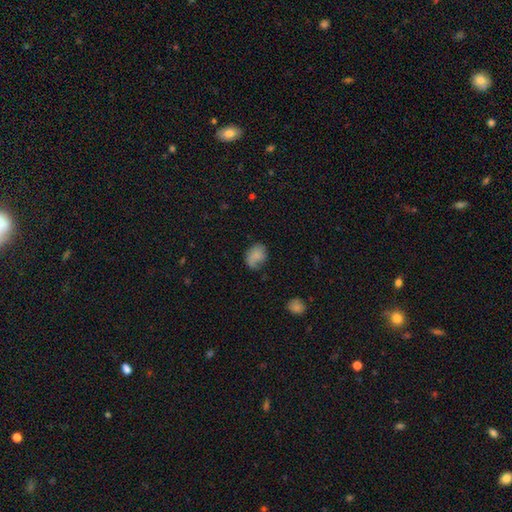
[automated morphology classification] smooth-or-featured: smooth: 75% | featured or disk: 16% | star or artifact: 10%
  how-rounded: in between: 62% | round: 37% | cigar-shaped: 1%
  merging: none: 51% | minor disturbance: 32% | major disturbance: 14% | merger: 3%